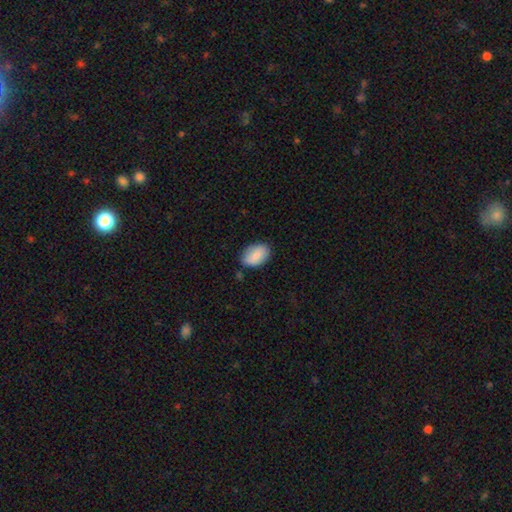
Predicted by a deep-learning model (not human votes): smooth-or-featured: smooth: 86% | featured or disk: 7% | star or artifact: 6%
  how-rounded: in between: 89% | round: 10% | cigar-shaped: 1%
  merging: none: 77% | minor disturbance: 18% | major disturbance: 3% | merger: 2%